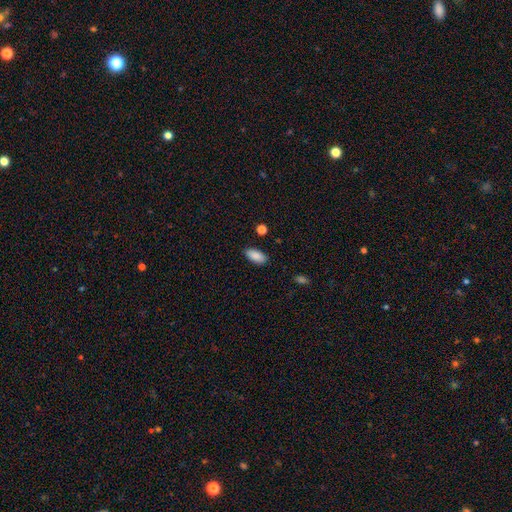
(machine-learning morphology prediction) The model was most divided on "merging": none: 86%, minor disturbance: 10%, major disturbance: 2%, merger: 2%. More confident: how rounded — in between (92%); smooth or featured — smooth (88%).